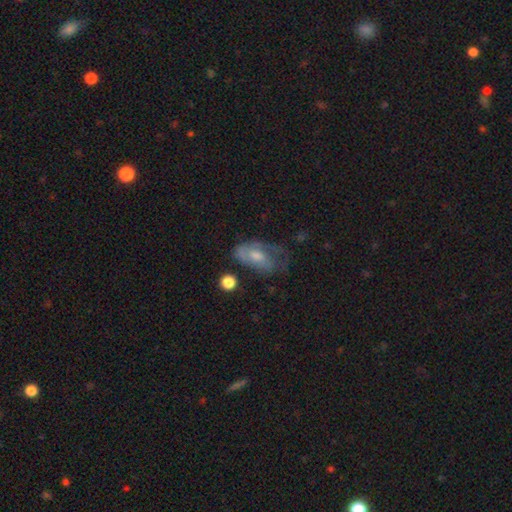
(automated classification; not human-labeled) This is possibly a featured or disk galaxy (56%). It is clearly not viewed edge-on (93%). Bar: likely no (66%). Spiral arm pattern: likely yes (64%). Central bulge: possibly moderate (54%). Merging: marginally none (41%).